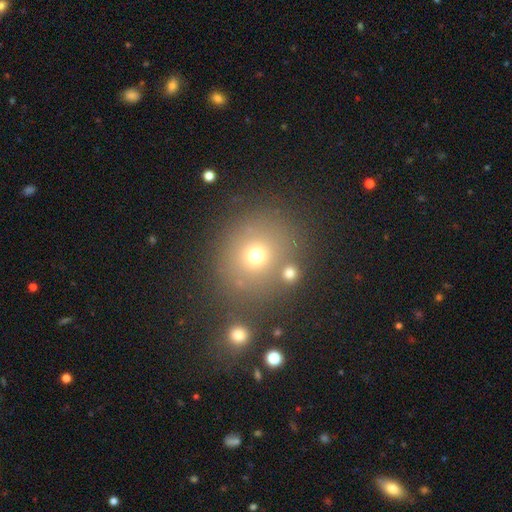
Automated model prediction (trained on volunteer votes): Q: Smooth or featured?
A: smooth (68%); runner-up: star or artifact (20%)
Q: How rounded?
A: round (80%); runner-up: in between (19%)
Q: Merging?
A: none (73%); runner-up: merger (11%)